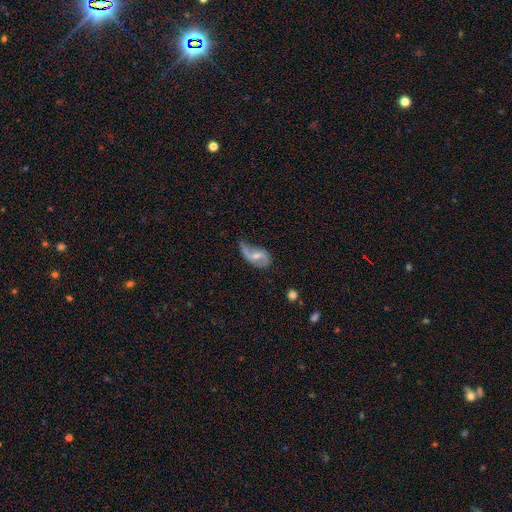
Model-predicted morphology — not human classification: This appears to be a featured or disk galaxy (74%) with a weak bar (47%), 2 (69%) loose (70%) spiral arms (85%) and a small central bulge (48%). Merging: none (34%).